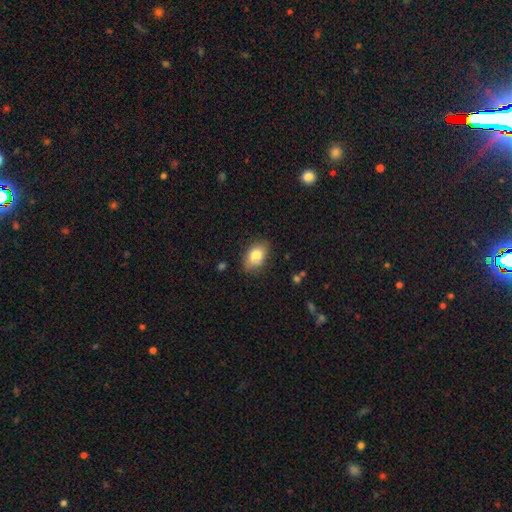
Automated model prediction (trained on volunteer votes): Smooth or featured: smooth — 81% (featured or disk — 11%)
How rounded: in between — 85% (round — 13%)
Merging: none — 85% (minor disturbance — 12%)